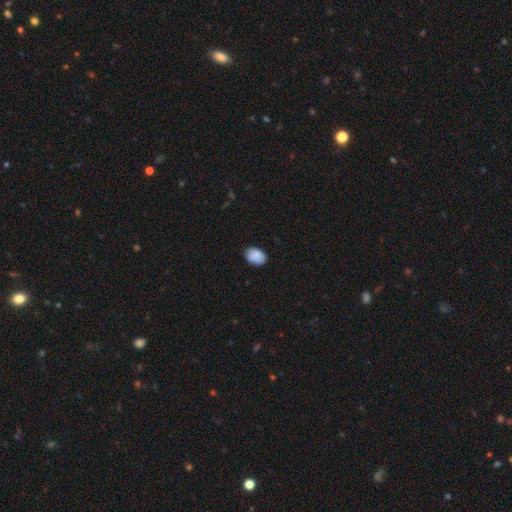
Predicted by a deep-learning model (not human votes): smooth 85%, featured or disk 8%, star or artifact 7%. Down the decision tree: how rounded — in between (85%); merging — none (80%).